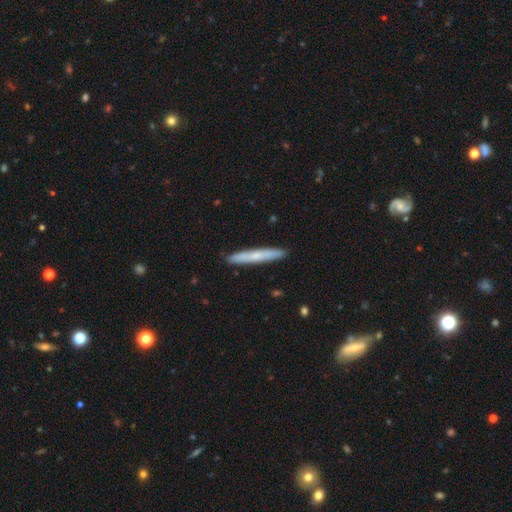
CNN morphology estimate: The model was most divided on "smooth or featured": smooth: 60%, featured or disk: 35%, star or artifact: 6%. More confident: how rounded — cigar-shaped (95%); merging — none (91%).